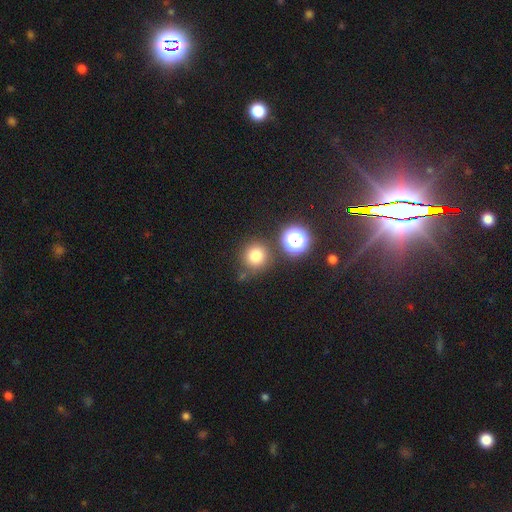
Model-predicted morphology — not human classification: smooth-or-featured: smooth: 78% | star or artifact: 15% | featured or disk: 7%
  how-rounded: round: 93% | in between: 6% | cigar-shaped: 1%
  merging: none: 77% | minor disturbance: 10% | merger: 9% | major disturbance: 4%